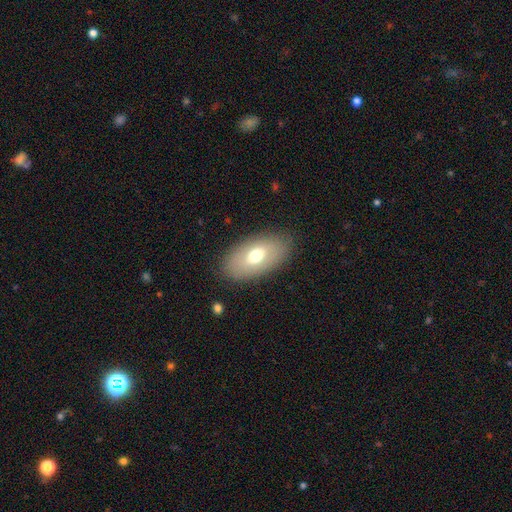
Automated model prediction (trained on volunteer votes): smooth 63%, featured or disk 30%, star or artifact 7%. Down the decision tree: how rounded — in between (93%); merging — none (84%).